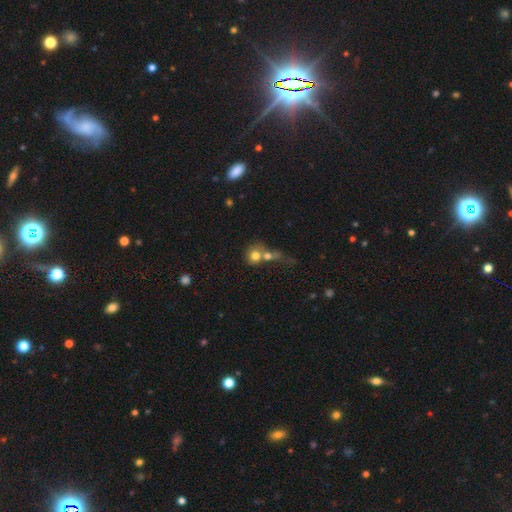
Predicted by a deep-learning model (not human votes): Morphology: type=smooth (61%); roundness=round (81%); merging=merger (43%).